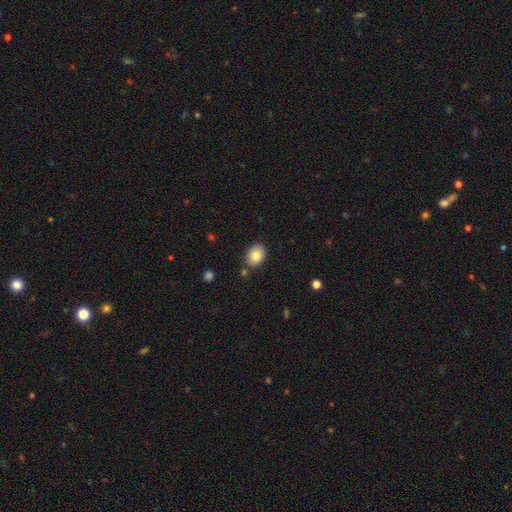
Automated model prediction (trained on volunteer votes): Smooth or featured?
  - smooth: 84% *
  - featured or disk: 8%
  - star or artifact: 8%
How rounded?
  - in between: 68% *
  - round: 31%
  - cigar-shaped: 1%
Merging?
  - none: 80% *
  - minor disturbance: 13%
  - merger: 5%
  - major disturbance: 3%